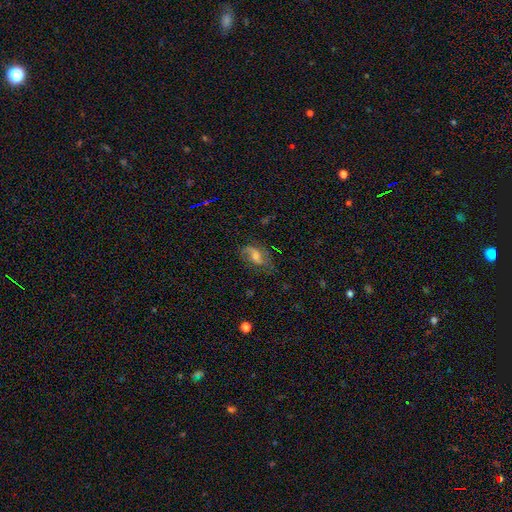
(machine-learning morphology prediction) smooth-or-featured: featured or disk: 54% | smooth: 33% | star or artifact: 14%
  disk-edge-on: no: 93% | yes: 7%
  merging: none: 62% | minor disturbance: 23% | major disturbance: 13% | merger: 2%